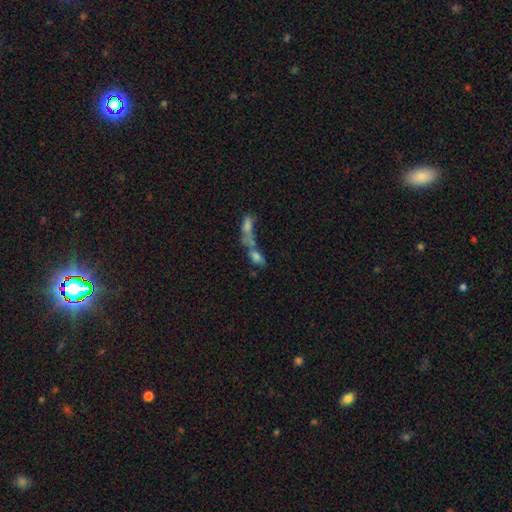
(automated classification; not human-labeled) Overall: smooth (58%; featured or disk 28%). How rounded: in between (66%). Merging: merger (67%).